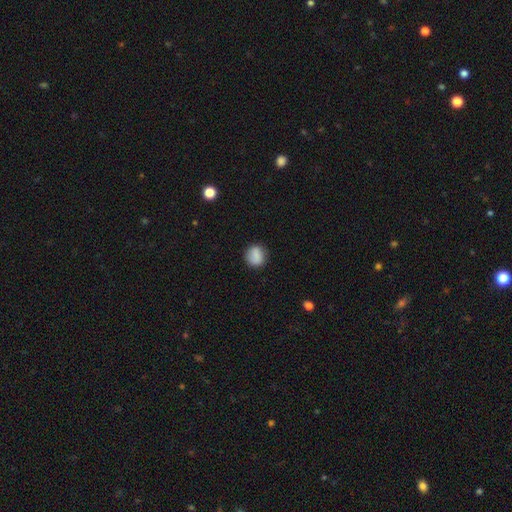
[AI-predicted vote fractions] Smooth or featured: smooth — 84% (star or artifact — 8%)
How rounded: round — 78% (in between — 21%)
Merging: none — 84% (minor disturbance — 12%)